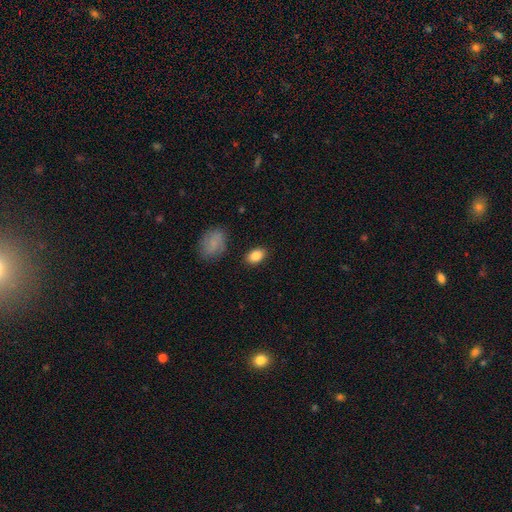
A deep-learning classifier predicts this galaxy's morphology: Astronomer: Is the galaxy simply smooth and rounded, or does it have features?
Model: smooth — 84%.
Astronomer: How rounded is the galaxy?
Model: in between — 87%.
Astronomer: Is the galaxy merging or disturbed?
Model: none — 85%.